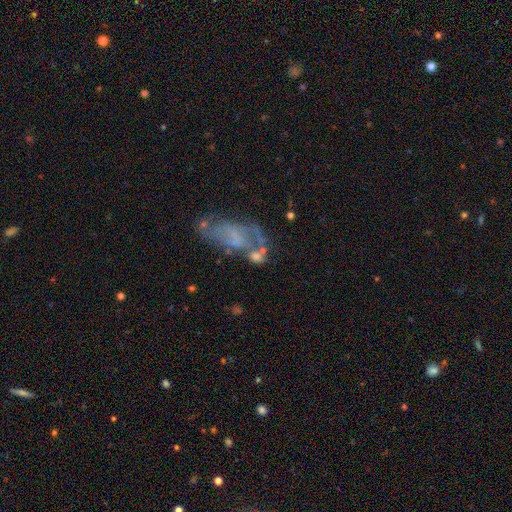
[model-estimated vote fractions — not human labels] featured or disk 63%, smooth 25%, star or artifact 12%. Down the decision tree: edge-on disk — no (95%); bar — no (45%); spiral arms — yes (60%); bulge size — none (57%); merging — none (38%).